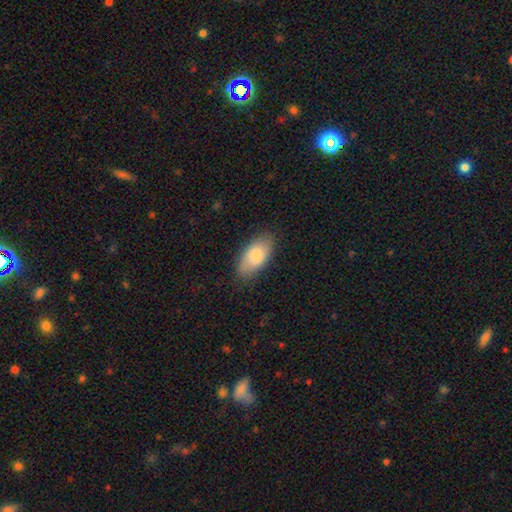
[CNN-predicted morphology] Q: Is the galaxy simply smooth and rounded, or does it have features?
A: smooth — 81%.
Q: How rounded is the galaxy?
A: in between — 93%.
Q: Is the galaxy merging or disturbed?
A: none — 81%.